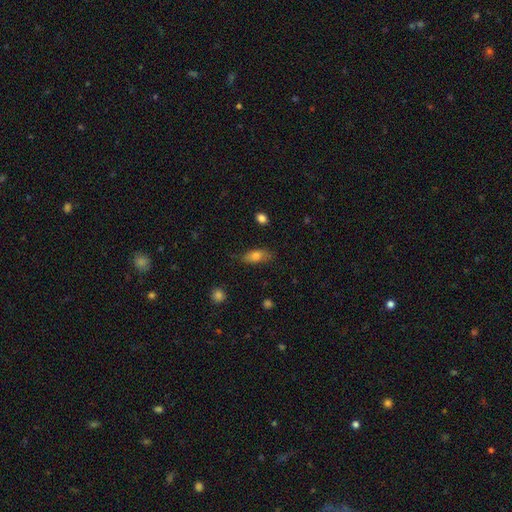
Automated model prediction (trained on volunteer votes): Overall: smooth (78%). How rounded: in between (78%). Merging: none (74%).